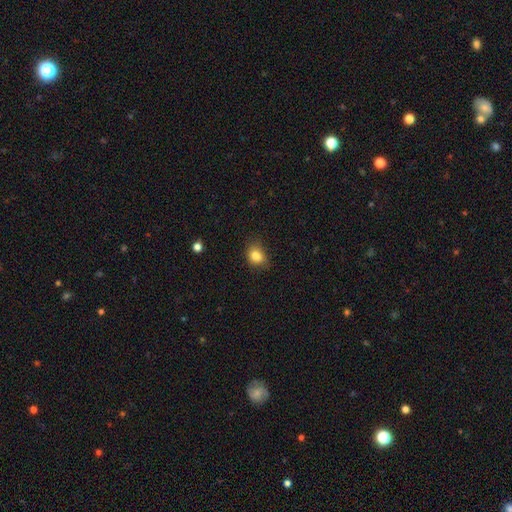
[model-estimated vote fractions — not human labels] Smooth or featured? smooth (84%)
How rounded? in between (56%)
Merging? none (68%)